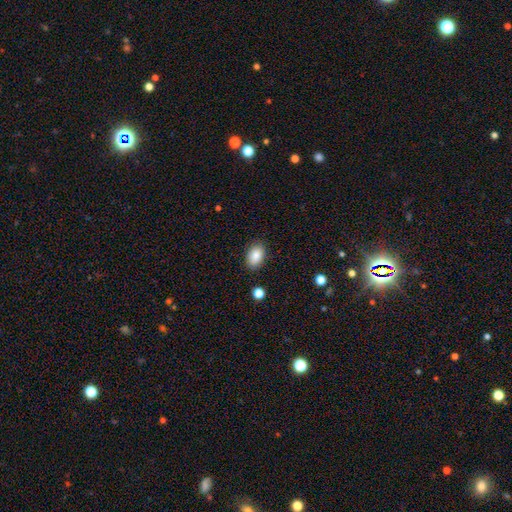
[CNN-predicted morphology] smooth-or-featured: smooth: 87% | star or artifact: 7% | featured or disk: 5%
  how-rounded: in between: 90% | round: 9% | cigar-shaped: 1%
  merging: none: 86% | minor disturbance: 10% | major disturbance: 3% | merger: 1%